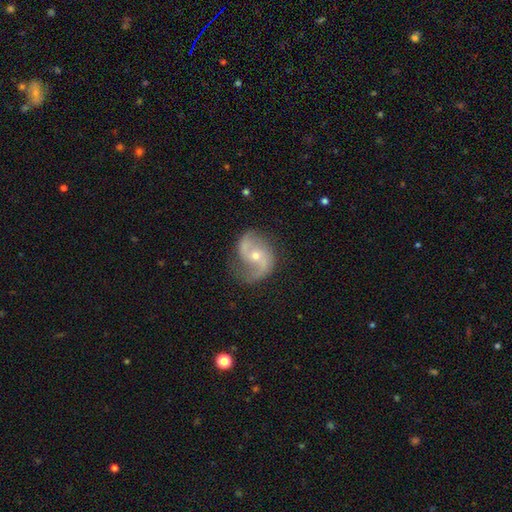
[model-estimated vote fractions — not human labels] Morphology: type=featured or disk (87%); edge-on=no (98%); bar=no (57%); spiral arms=yes (97%); winding=medium (44%, tied with loose); arm count=2 (90%); bulge=small (49%); merging=none (73%).